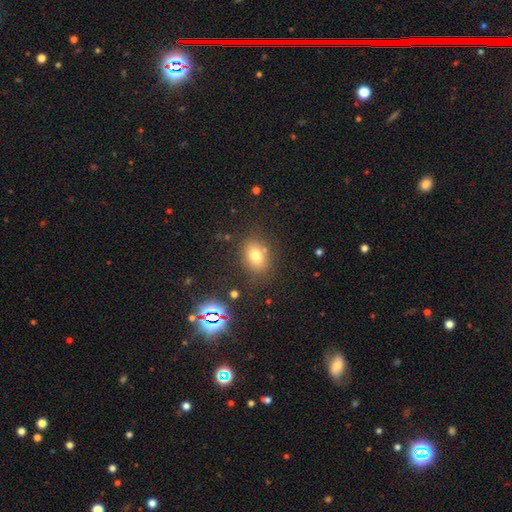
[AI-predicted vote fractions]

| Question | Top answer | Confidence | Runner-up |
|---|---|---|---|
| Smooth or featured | smooth | 74% | star or artifact (15%) |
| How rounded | in between | 64% | round (34%) |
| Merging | none | 78% | minor disturbance (13%) |